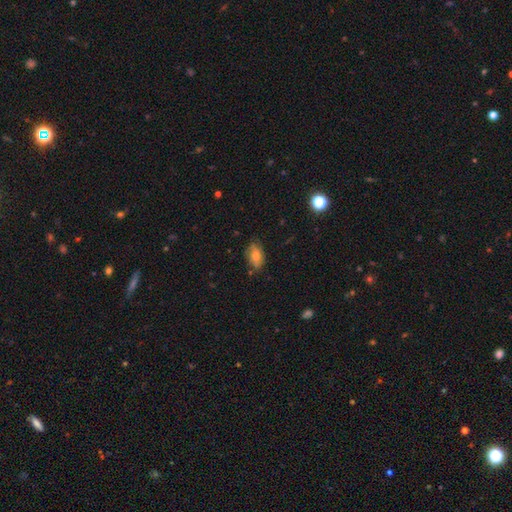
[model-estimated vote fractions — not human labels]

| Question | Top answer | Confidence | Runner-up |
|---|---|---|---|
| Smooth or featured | smooth | 65% | featured or disk (24%) |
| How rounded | in between | 87% | round (10%) |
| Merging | none | 72% | minor disturbance (22%) |